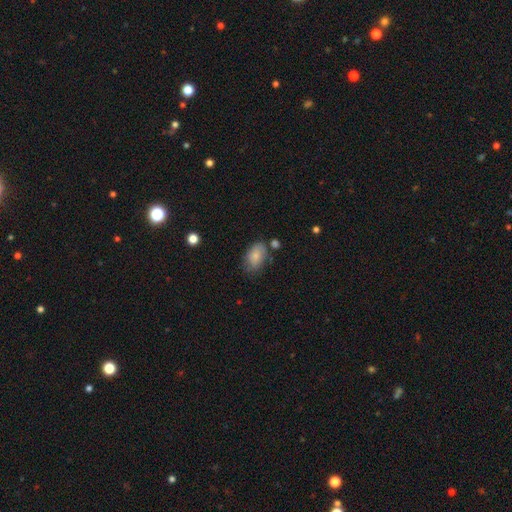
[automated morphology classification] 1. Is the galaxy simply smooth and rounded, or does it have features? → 80% smooth, 12% featured or disk, 7% star or artifact.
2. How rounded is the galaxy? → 90% in between, 9% round, 2% cigar-shaped.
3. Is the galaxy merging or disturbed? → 64% none, 24% minor disturbance, 6% major disturbance, 6% merger.